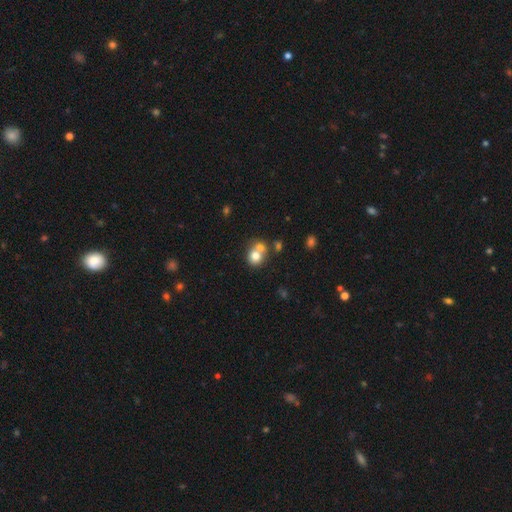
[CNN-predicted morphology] smooth-or-featured: smooth: 74% | featured or disk: 15% | star or artifact: 11%
  how-rounded: round: 74% | in between: 25% | cigar-shaped: 1%
  merging: merger: 51% | none: 38% | minor disturbance: 8% | major disturbance: 3%